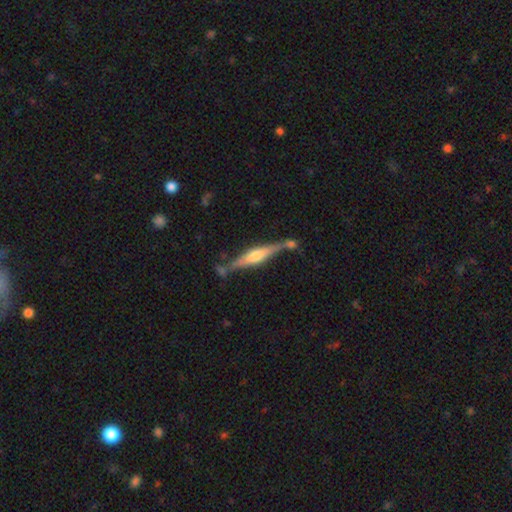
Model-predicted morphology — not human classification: Overall: featured or disk (71%). Edge-on disk: yes (96%). Edge-on bulge: rounded (78%). Merging: none (67%).